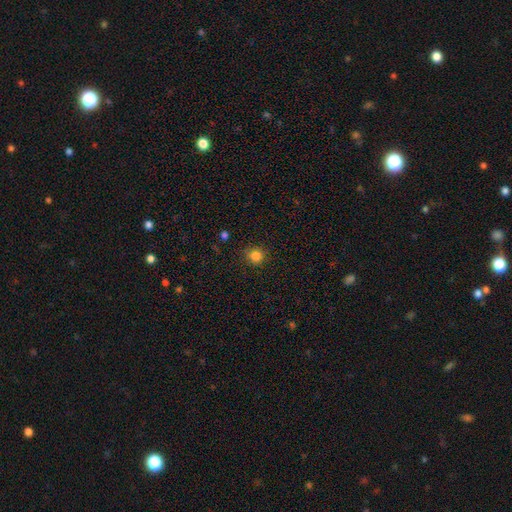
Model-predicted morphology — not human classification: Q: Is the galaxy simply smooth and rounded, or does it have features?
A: smooth — 83%.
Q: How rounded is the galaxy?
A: round — 92%.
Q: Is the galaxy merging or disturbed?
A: none — 89%.